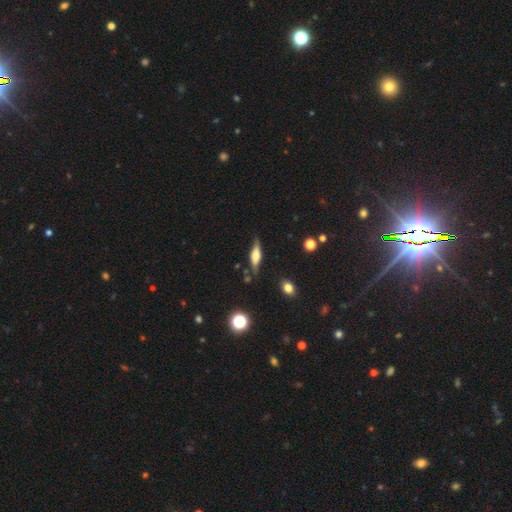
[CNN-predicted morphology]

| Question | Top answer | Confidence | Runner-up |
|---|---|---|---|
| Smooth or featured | featured or disk | 48% | smooth (44%) |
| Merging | none | 78% | minor disturbance (15%) |